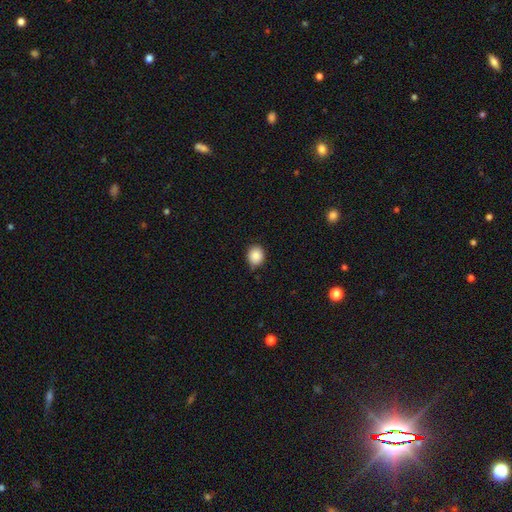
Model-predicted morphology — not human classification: Smooth or featured? smooth (87%)
How rounded? round (74%)
Merging? none (80%)